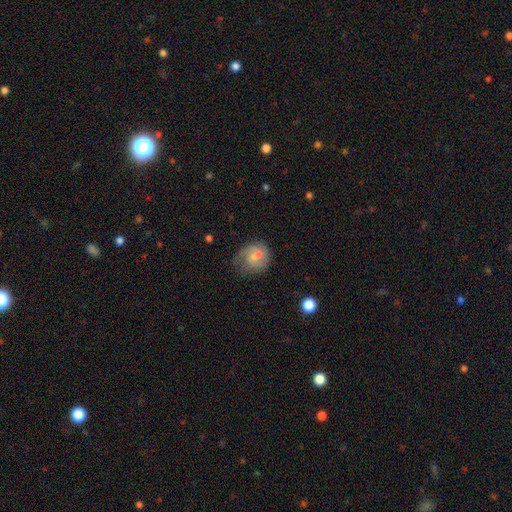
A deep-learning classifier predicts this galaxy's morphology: Smooth or featured? featured or disk (50%)
Edge-on disk? no (98%)
Merging? none (48%)